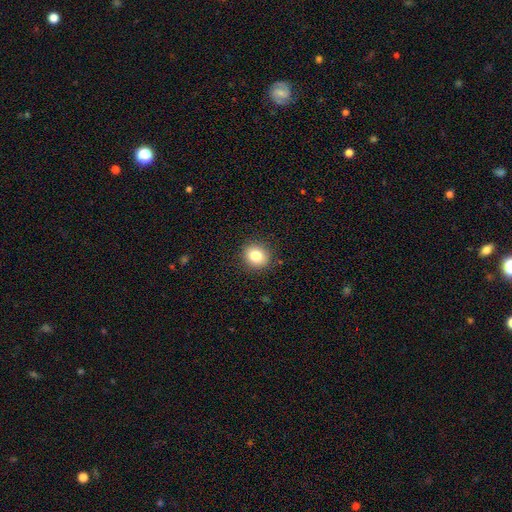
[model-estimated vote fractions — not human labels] smooth_or_featured: smooth (p=0.81) [alt: star or artifact p=0.11]
how_rounded: round (p=0.80) [alt: in between p=0.19]
merging: none (p=0.89) [alt: minor disturbance p=0.07]